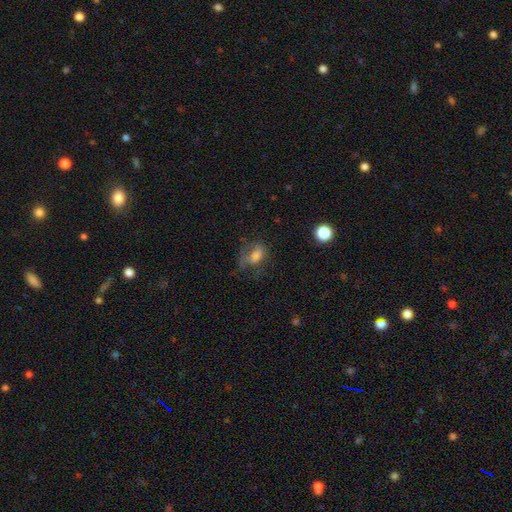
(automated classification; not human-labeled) Smooth or featured? Predicted: smooth (p=0.65). How rounded? Predicted: in between (p=0.78). Merging? Predicted: none (p=0.40).